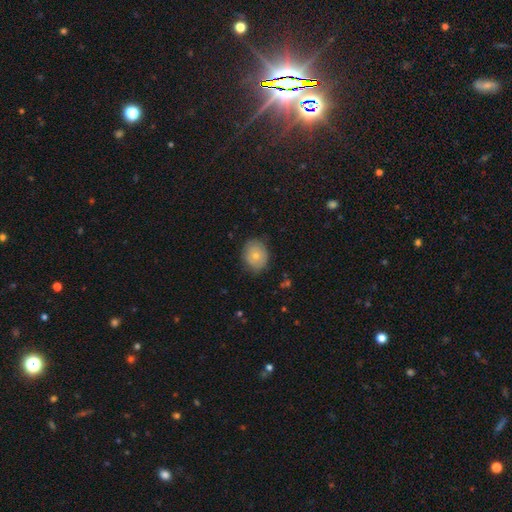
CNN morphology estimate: Q: Smooth or featured?
A: smooth (71%); runner-up: featured or disk (21%)
Q: How rounded?
A: round (56%); runner-up: in between (43%)
Q: Merging?
A: none (79%); runner-up: minor disturbance (17%)